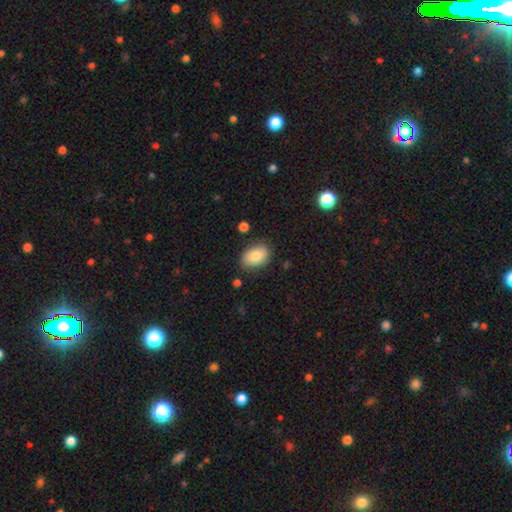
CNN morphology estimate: smooth-or-featured: smooth: 82% | featured or disk: 10% | star or artifact: 7%
  how-rounded: in between: 87% | round: 12% | cigar-shaped: 1%
  merging: none: 80% | minor disturbance: 15% | major disturbance: 3% | merger: 2%